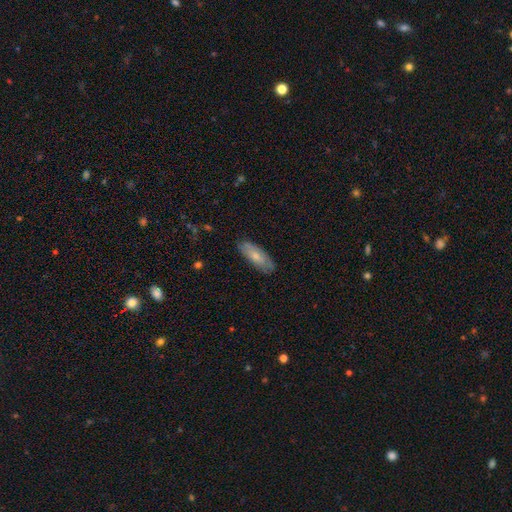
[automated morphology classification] The model was most divided on "how rounded": in between: 67%, cigar-shaped: 31%, round: 2%. More confident: merging — none (83%); smooth or featured — smooth (67%).